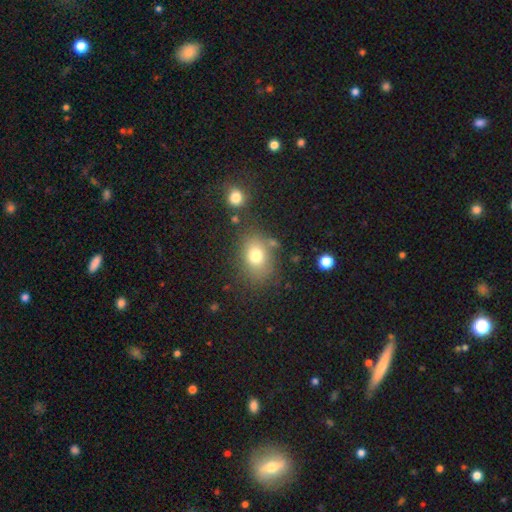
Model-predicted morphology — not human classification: This is likely a smooth galaxy (74%). How rounded: likely in between (66%). Merging: likely none (71%).